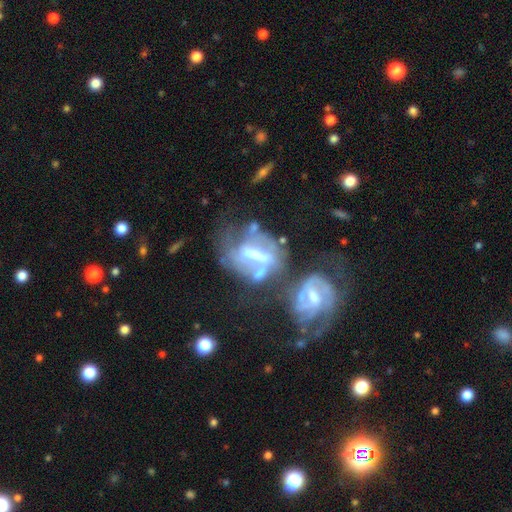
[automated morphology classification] Smooth or featured? Predicted: featured or disk (p=0.70). Edge-on disk? Predicted: no (p=0.91). Bar? Predicted: strong (p=0.58). Spiral arms? Predicted: yes (p=0.57). Bulge size? Predicted: moderate (p=0.47). Merging? Predicted: merger (p=0.41).